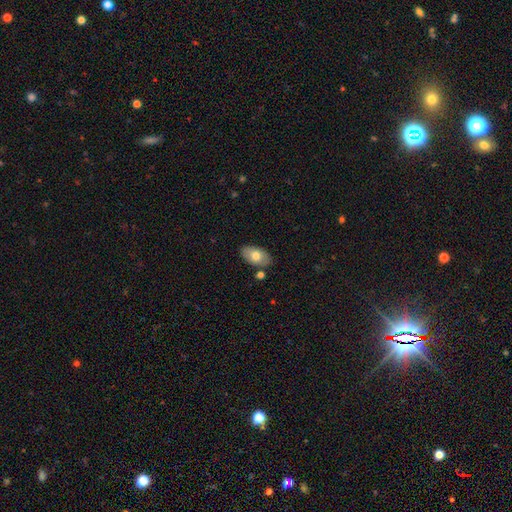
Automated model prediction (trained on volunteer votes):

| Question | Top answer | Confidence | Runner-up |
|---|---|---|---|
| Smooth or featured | smooth | 73% | featured or disk (20%) |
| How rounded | in between | 94% | round (5%) |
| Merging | none | 81% | minor disturbance (12%) |